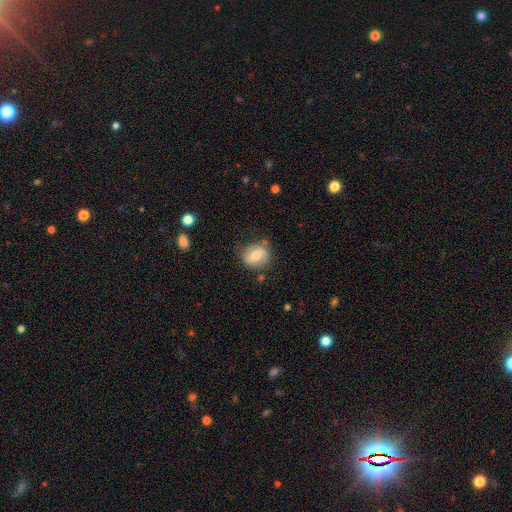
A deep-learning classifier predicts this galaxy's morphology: smooth 51%, featured or disk 41%, star or artifact 8%. Down the decision tree: how rounded — round (74%); merging — none (73%).